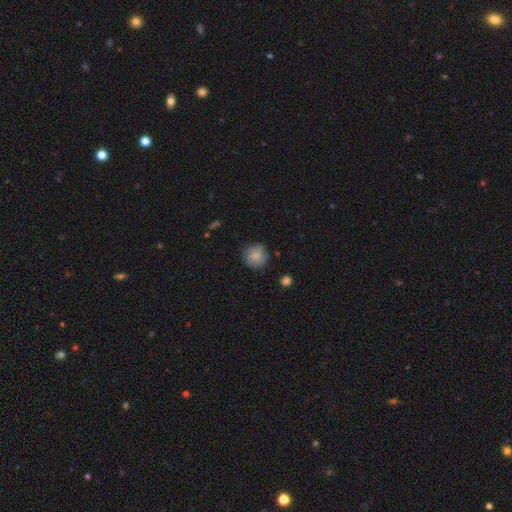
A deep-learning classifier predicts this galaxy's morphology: Smooth or featured? Predicted: smooth (p=0.74). How rounded? Predicted: round (p=0.91). Merging? Predicted: none (p=0.78).